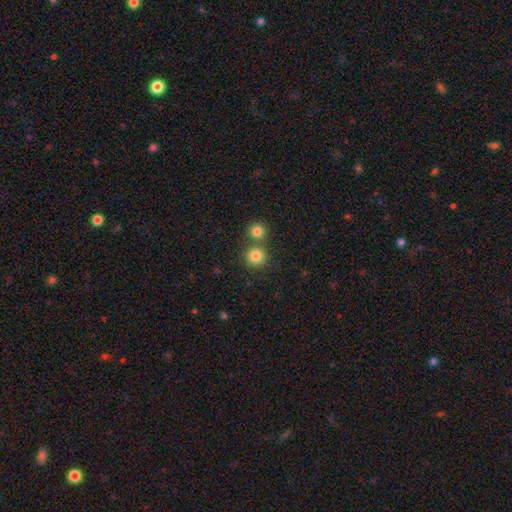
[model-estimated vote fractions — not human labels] smooth-or-featured: smooth: 82% | star or artifact: 12% | featured or disk: 6%
  how-rounded: round: 93% | in between: 6% | cigar-shaped: 1%
  merging: none: 67% | merger: 25% | minor disturbance: 6% | major disturbance: 2%